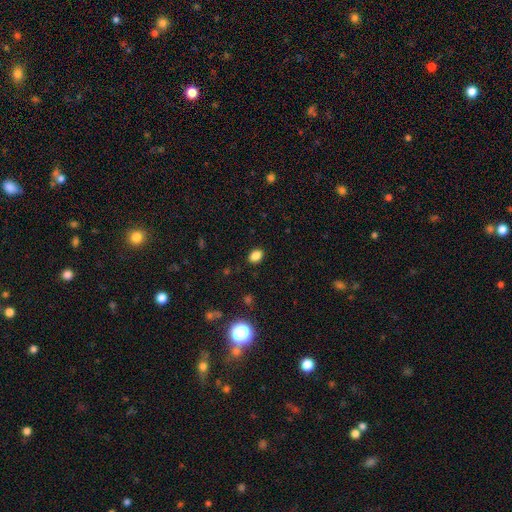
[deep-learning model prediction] Smooth or featured: smooth — 84% (star or artifact — 12%)
How rounded: in between — 74% (round — 24%)
Merging: none — 87% (minor disturbance — 9%)